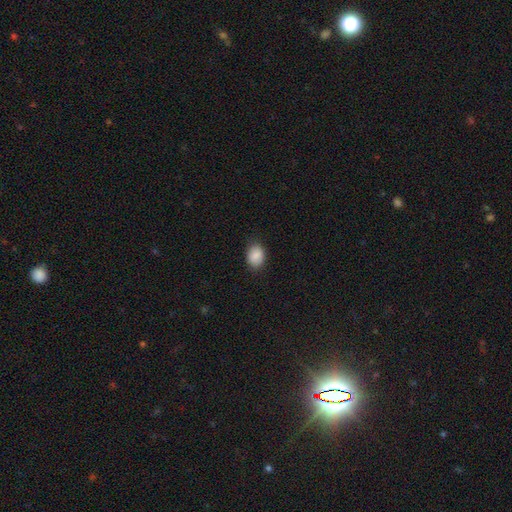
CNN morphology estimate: Smooth or featured: smooth — 89% (star or artifact — 7%)
How rounded: in between — 69% (round — 30%)
Merging: none — 83% (minor disturbance — 14%)